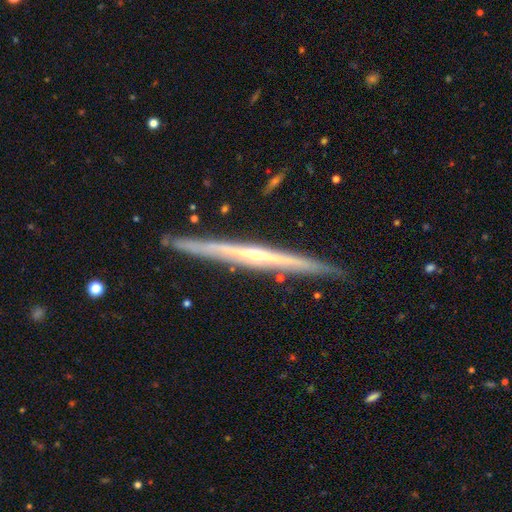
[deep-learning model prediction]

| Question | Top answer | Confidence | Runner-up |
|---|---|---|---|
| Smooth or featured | featured or disk | 83% | smooth (12%) |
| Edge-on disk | yes | 98% | no (2%) |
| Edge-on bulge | rounded | 67% | none (30%) |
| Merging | none | 90% | minor disturbance (7%) |